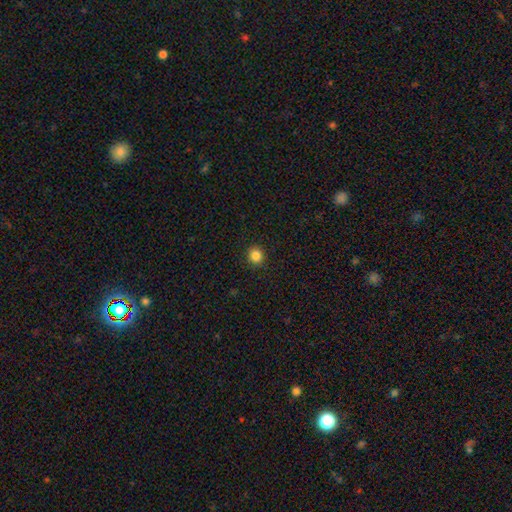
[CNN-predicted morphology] type=smooth (85%); roundness=round (88%); merging=none (92%).